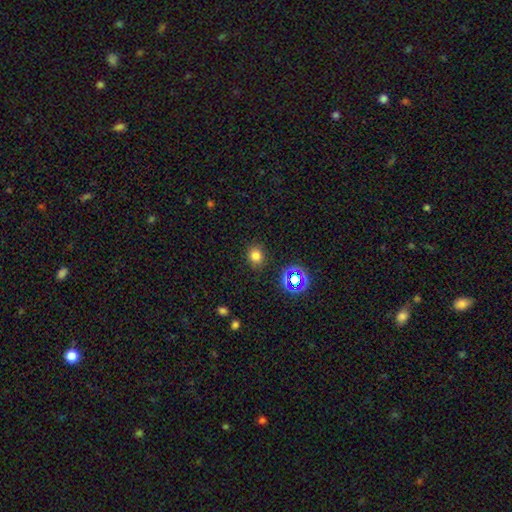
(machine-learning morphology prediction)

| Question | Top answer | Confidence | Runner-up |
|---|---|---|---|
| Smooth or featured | smooth | 75% | star or artifact (19%) |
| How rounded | round | 75% | in between (24%) |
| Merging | none | 87% | minor disturbance (8%) |